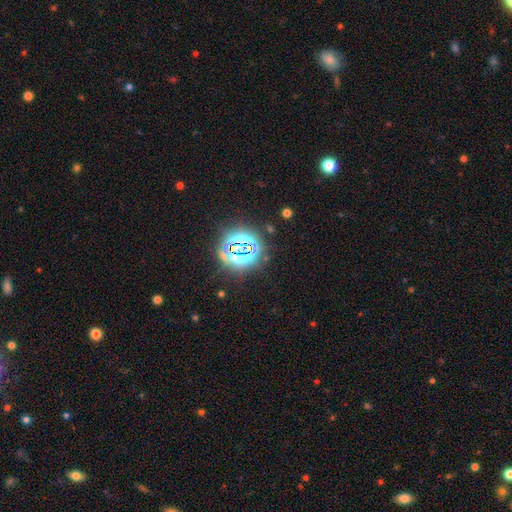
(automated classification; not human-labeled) star or artifact 83%, smooth 10%, featured or disk 7%.